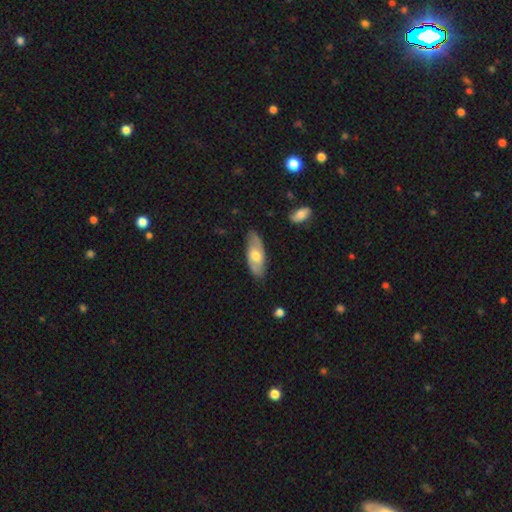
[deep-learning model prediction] A smooth galaxy with no disk features (51%) that is in between round and cigar-shaped (79%).

Vote fractions:
- Smooth or featured? smooth: 51% / featured or disk: 43% / star or artifact: 5%
- How rounded? in between: 79% / cigar-shaped: 18% / round: 3%
- Merging? none: 81% / minor disturbance: 15% / major disturbance: 3% / merger: 1%